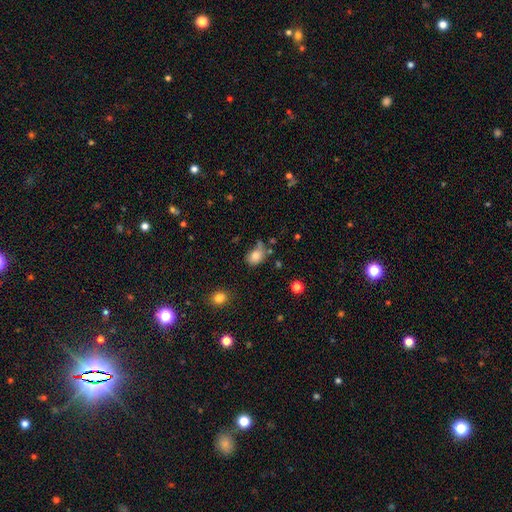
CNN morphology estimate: type=smooth (80%); roundness=in between (60%); merging=none (48%).